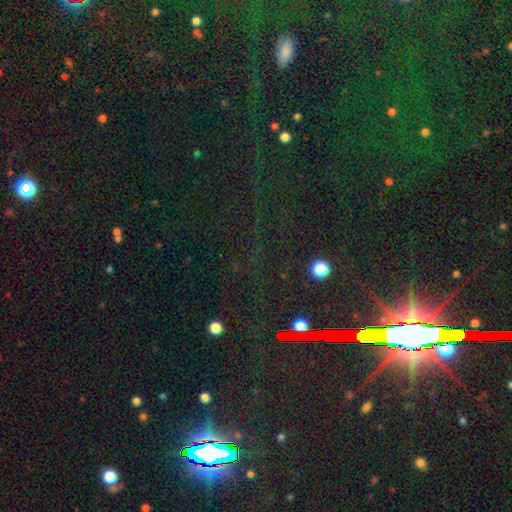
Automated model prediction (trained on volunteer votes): Smooth or featured? Predicted: star or artifact (p=0.83).